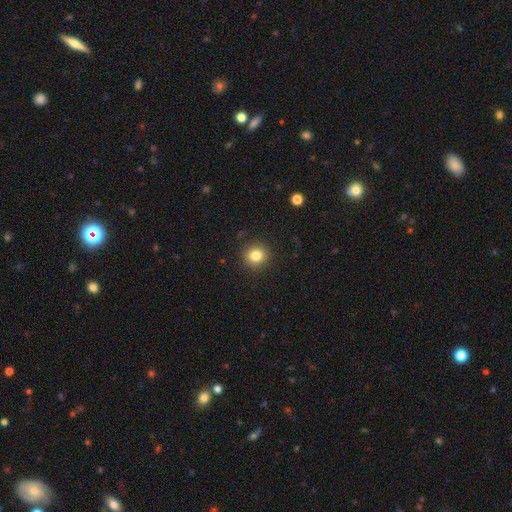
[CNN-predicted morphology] smooth_or_featured: smooth (p=0.83) [alt: star or artifact p=0.11]
how_rounded: round (p=0.87) [alt: in between p=0.12]
merging: none (p=0.90) [alt: minor disturbance p=0.06]